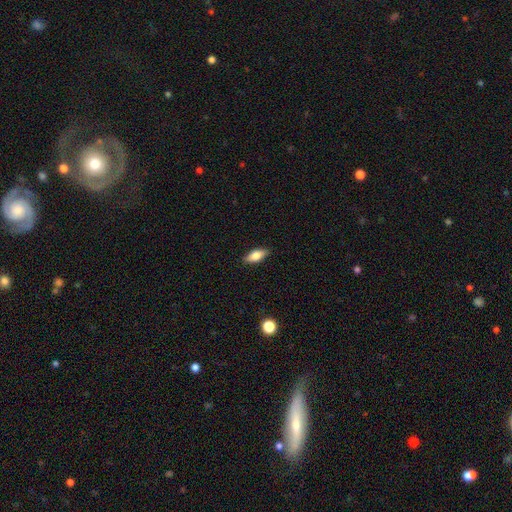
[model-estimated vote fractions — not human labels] This appears to be a smooth galaxy with no disk features (73%) that is in between round and cigar-shaped (78%). Merging: none (88%).